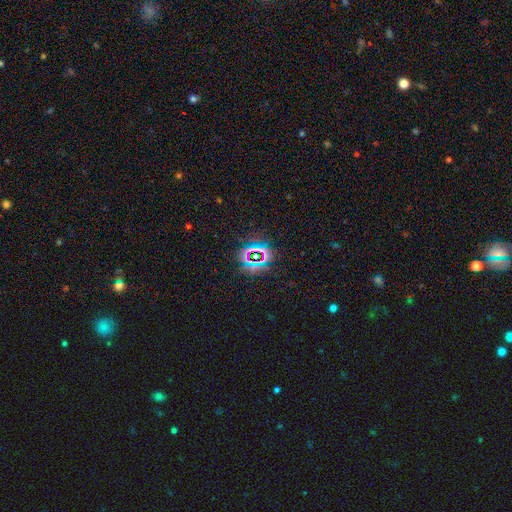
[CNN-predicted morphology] Q: Smooth or featured?
A: star or artifact (77%); runner-up: smooth (15%)